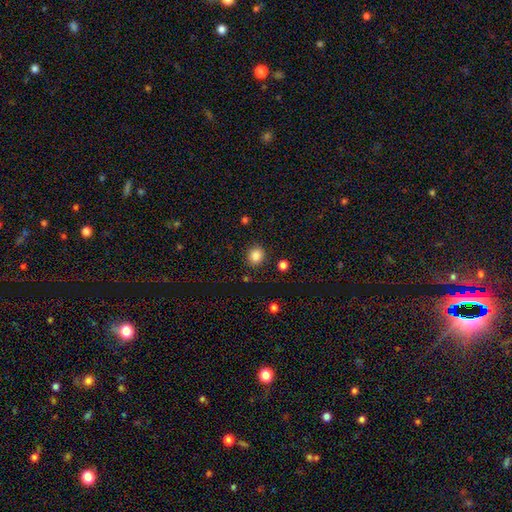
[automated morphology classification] Smooth or featured: smooth — 85% (star or artifact — 10%)
How rounded: round — 76% (in between — 23%)
Merging: none — 87% (minor disturbance — 8%)